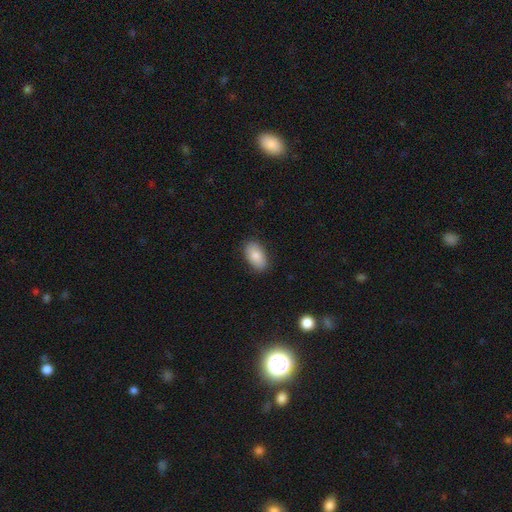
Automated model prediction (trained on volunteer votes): Smooth or featured? smooth (81%)
How rounded? in between (93%)
Merging? none (86%)